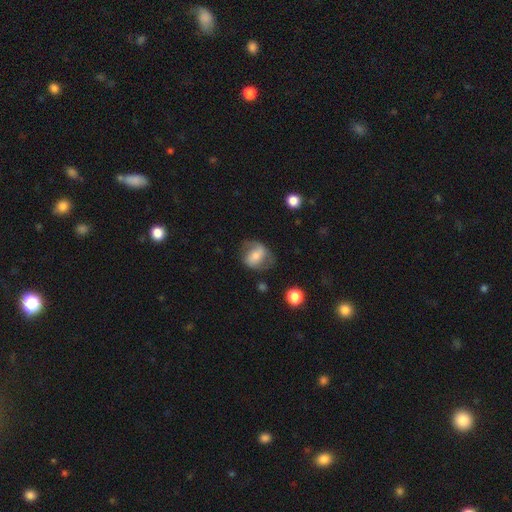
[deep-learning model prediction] Smooth or featured: smooth — 48% (featured or disk — 44%)
Merging: none — 58% (minor disturbance — 25%)